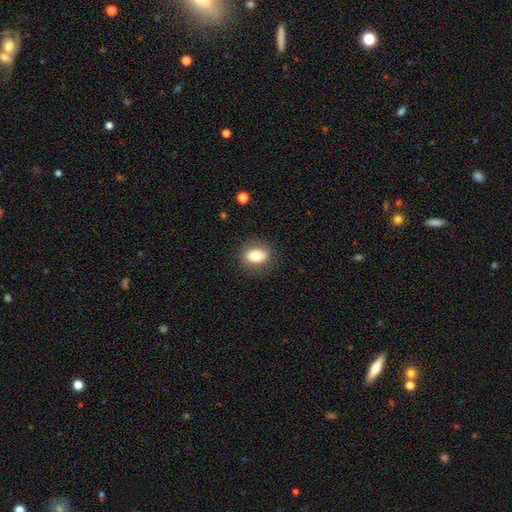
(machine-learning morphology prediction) Overall: smooth (76%). How rounded: in between (69%; round 29%). Merging: none (85%).